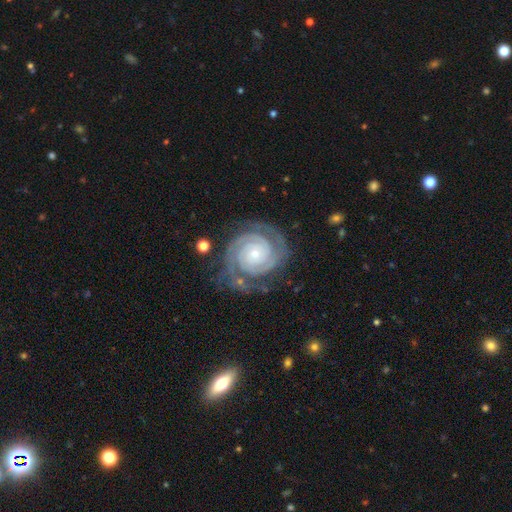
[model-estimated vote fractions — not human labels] A featured or disk galaxy (92%) with no bar (76%), 2 (74%) tight (83%) spiral arms (99%) and a small central bulge (77%).

Vote fractions:
- Smooth or featured? featured or disk: 92% / star or artifact: 5% / smooth: 4%
- Edge-on disk? no: 98% / yes: 2%
- Bar? no: 76% / weak: 15% / strong: 9%
- Spiral arms? yes: 99% / no: 1%
- Spiral winding? tight: 83% / medium: 15% / loose: 2%
- Spiral arm count? 2: 74% / 3: 12% / can't tell: 5% / 4: 4% / more than 4: 3% / 1: 3%
- Bulge size? small: 77% / moderate: 19% / none: 2% / large: 2% / dominant: 1%
- Merging? none: 79% / minor disturbance: 14% / major disturbance: 5% / merger: 2%